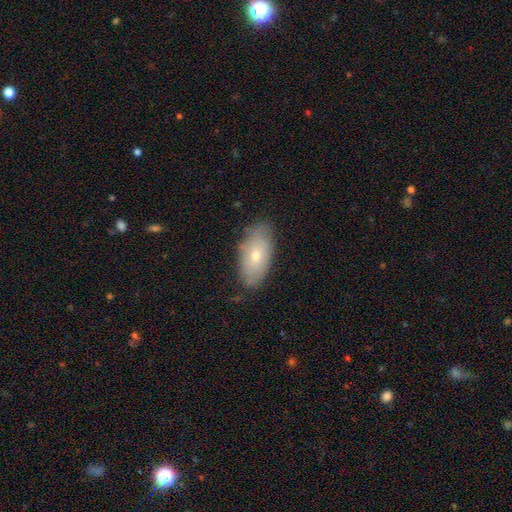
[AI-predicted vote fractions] A smooth galaxy with no disk features (63%) that is in between round and cigar-shaped (91%).

Vote fractions:
- Smooth or featured? smooth: 63% / featured or disk: 29% / star or artifact: 7%
- How rounded? in between: 91% / cigar-shaped: 5% / round: 4%
- Merging? none: 79% / minor disturbance: 17% / major disturbance: 3% / merger: 1%